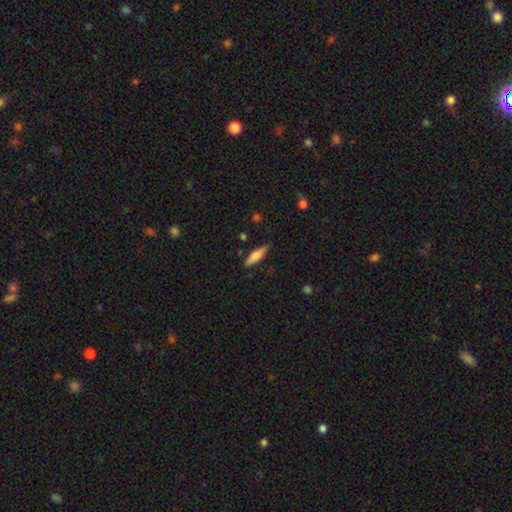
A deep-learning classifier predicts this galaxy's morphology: The model was most divided on "smooth or featured": smooth: 67%, featured or disk: 27%, star or artifact: 6%. More confident: merging — none (83%); how rounded — cigar-shaped (69%).